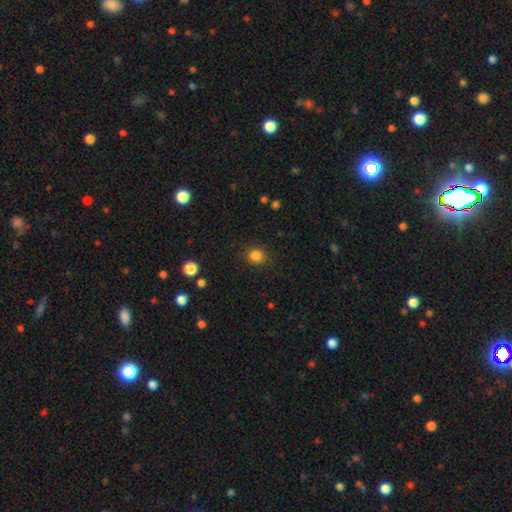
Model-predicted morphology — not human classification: type=smooth (84%); roundness=round (85%); merging=none (86%).